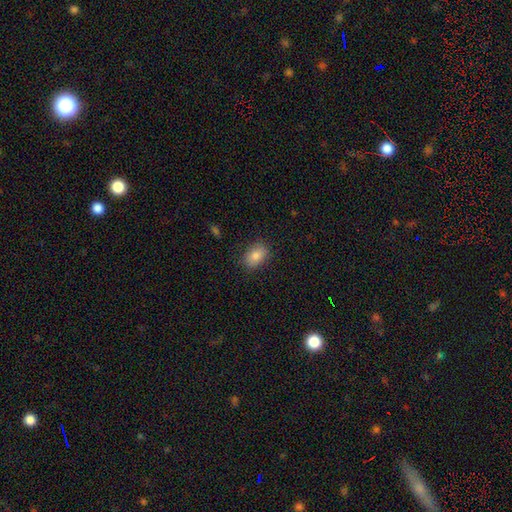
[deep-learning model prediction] A smooth galaxy with no disk features (83%) that is in between round and cigar-shaped (84%). Merging: none (84%).